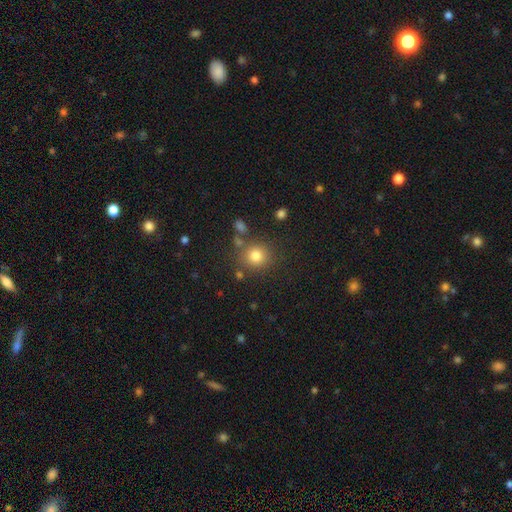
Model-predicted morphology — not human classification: smooth-or-featured: smooth: 80% | star or artifact: 13% | featured or disk: 7%
  how-rounded: round: 90% | in between: 9% | cigar-shaped: 1%
  merging: none: 79% | minor disturbance: 10% | merger: 7% | major disturbance: 4%